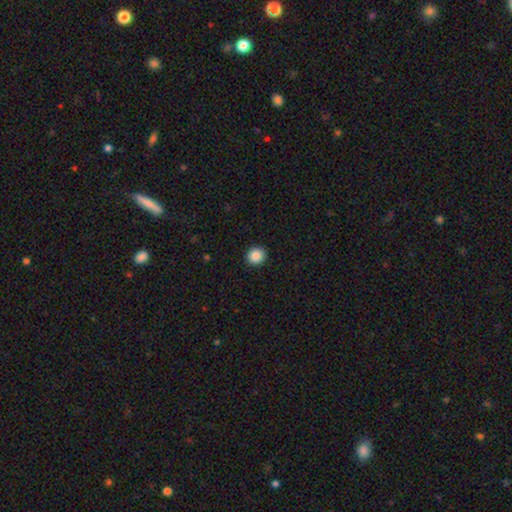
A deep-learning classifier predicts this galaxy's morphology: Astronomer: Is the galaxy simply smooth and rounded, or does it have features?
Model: smooth — 87%.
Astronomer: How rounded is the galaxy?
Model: round — 86%.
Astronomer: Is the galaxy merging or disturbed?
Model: none — 93%.